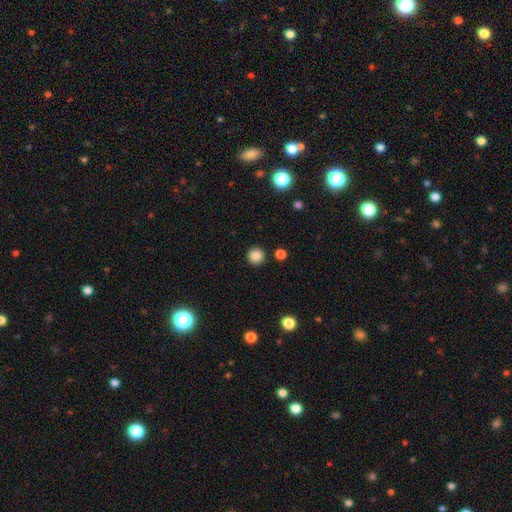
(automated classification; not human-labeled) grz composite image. It shows a smooth galaxy with no disk features (85%) that is round (95%). Merging: none (92%).